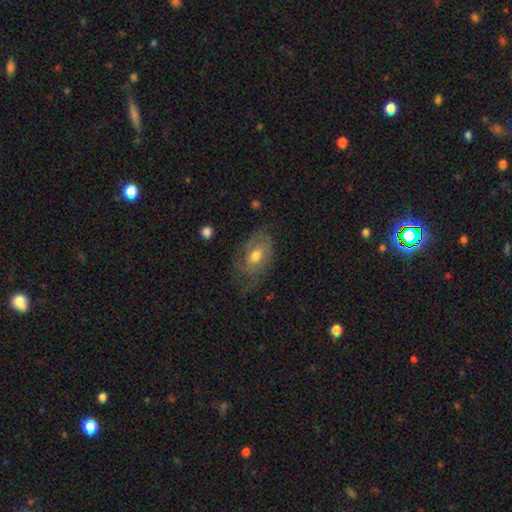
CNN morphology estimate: featured or disk 61%, smooth 32%, star or artifact 8%. Down the decision tree: edge-on disk — no (94%); bar — no (68%); spiral arms — yes (75%); bulge size — moderate (71%); merging — none (58%).